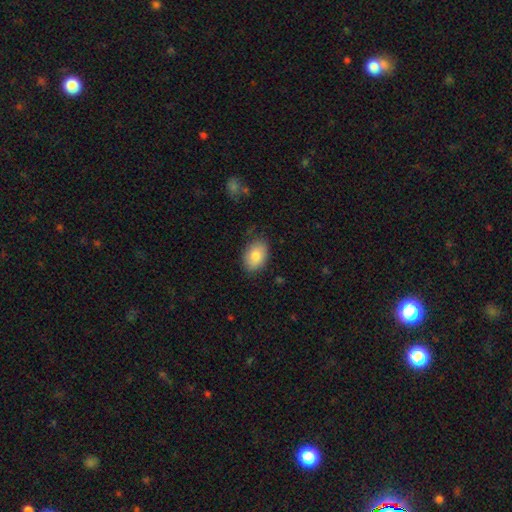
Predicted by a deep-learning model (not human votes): Morphology: type=smooth (82%); roundness=in between (84%); merging=none (82%).